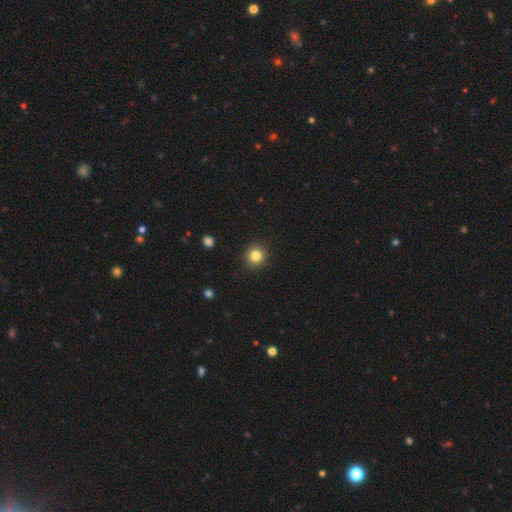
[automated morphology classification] Q: Smooth or featured?
A: smooth (83%); runner-up: star or artifact (12%)
Q: How rounded?
A: round (92%); runner-up: in between (7%)
Q: Merging?
A: none (92%); runner-up: minor disturbance (6%)